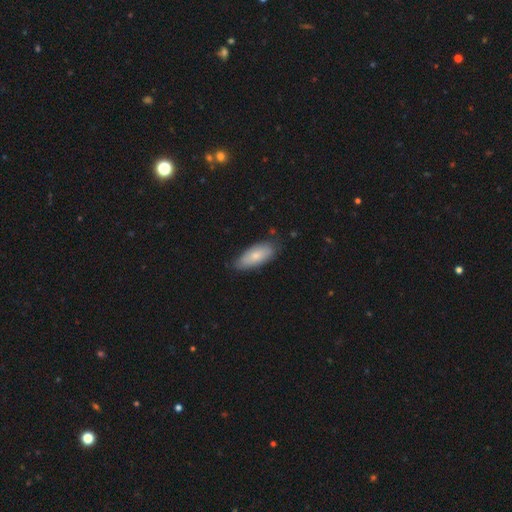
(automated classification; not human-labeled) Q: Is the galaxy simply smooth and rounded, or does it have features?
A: smooth — 76%.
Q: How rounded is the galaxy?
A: in between — 85%.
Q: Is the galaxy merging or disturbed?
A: none — 75%.